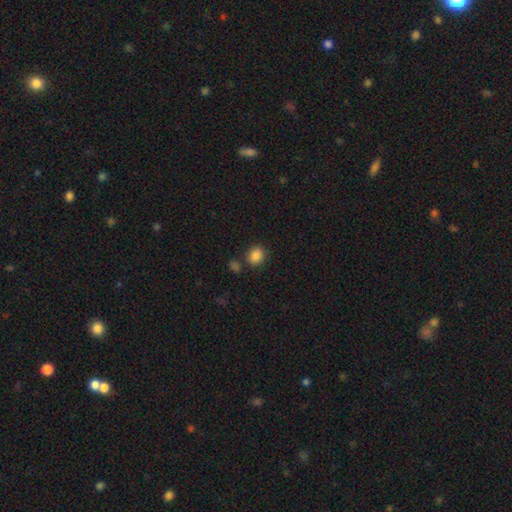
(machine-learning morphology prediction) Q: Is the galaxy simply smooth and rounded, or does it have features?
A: smooth — 86%.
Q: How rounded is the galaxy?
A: round — 59%.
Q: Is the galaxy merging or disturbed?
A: none — 78%.